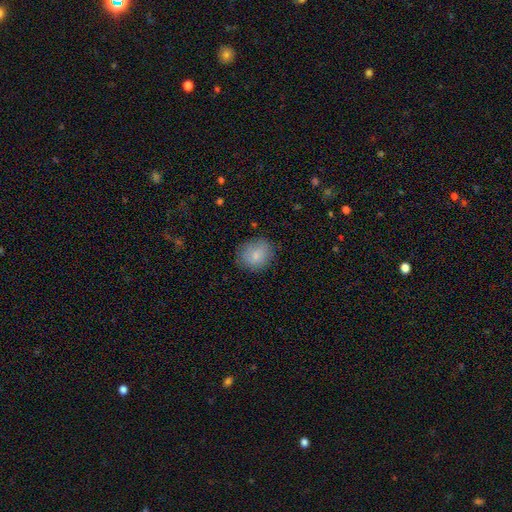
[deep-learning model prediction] Morphology: type=smooth (79%); roundness=round (68%); merging=none (75%).